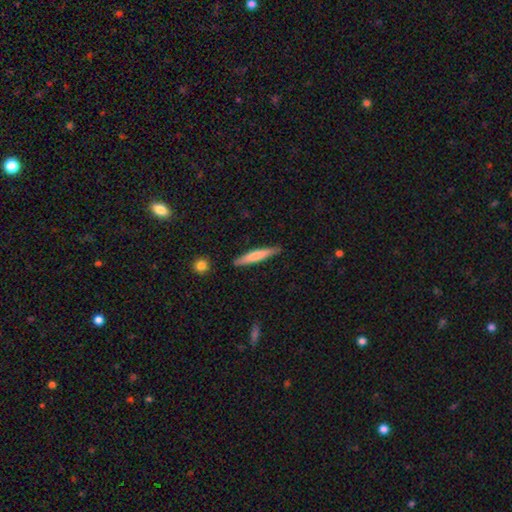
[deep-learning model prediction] The model was most divided on "smooth or featured": smooth: 67%, featured or disk: 28%, star or artifact: 5%. More confident: how rounded — cigar-shaped (92%); merging — none (87%).